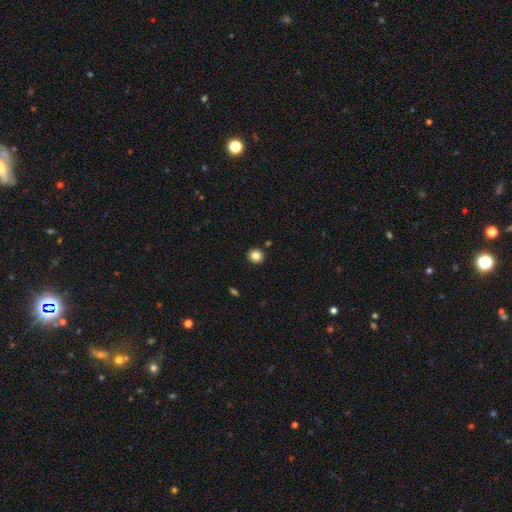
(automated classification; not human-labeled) This is clearly a smooth galaxy (84%). How rounded: clearly round (88%). Merging: clearly none (91%).